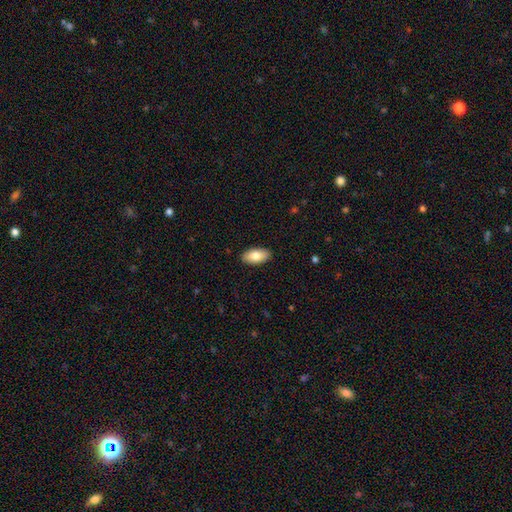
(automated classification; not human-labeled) Smooth or featured?
  - smooth: 82% *
  - featured or disk: 12%
  - star or artifact: 6%
How rounded?
  - in between: 93% *
  - cigar-shaped: 4%
  - round: 2%
Merging?
  - none: 90% *
  - minor disturbance: 8%
  - major disturbance: 2%
  - merger: 1%